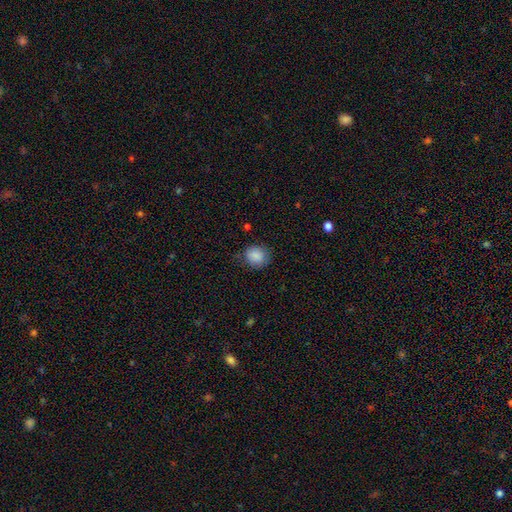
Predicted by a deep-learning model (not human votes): The model was most divided on "how rounded": round: 77%, in between: 22%, cigar-shaped: 1%. More confident: smooth or featured — smooth (88%); merging — none (78%).